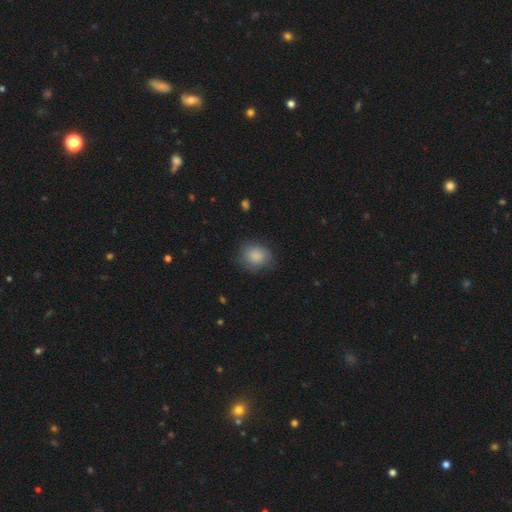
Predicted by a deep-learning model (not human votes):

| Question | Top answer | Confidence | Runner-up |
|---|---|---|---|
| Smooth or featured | smooth | 84% | featured or disk (9%) |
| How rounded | round | 65% | in between (34%) |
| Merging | none | 70% | minor disturbance (22%) |